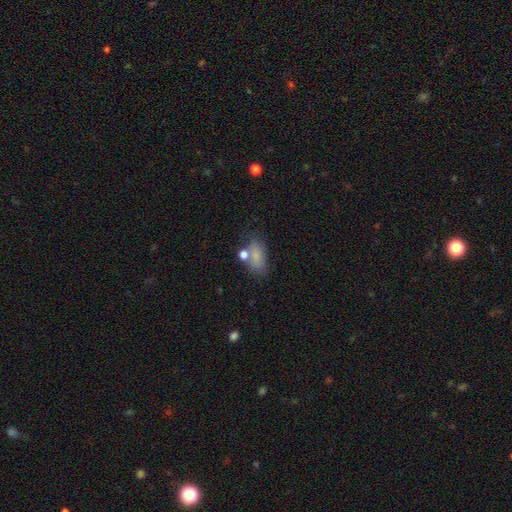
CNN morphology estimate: Smooth or featured? Predicted: smooth (p=0.75). How rounded? Predicted: in between (p=0.83). Merging? Predicted: none (p=0.54).